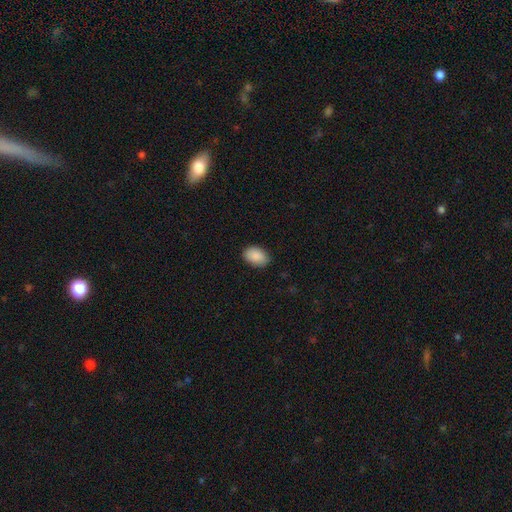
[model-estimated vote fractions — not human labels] Smooth or featured? Predicted: smooth (p=0.90). How rounded? Predicted: in between (p=0.86). Merging? Predicted: none (p=0.85).